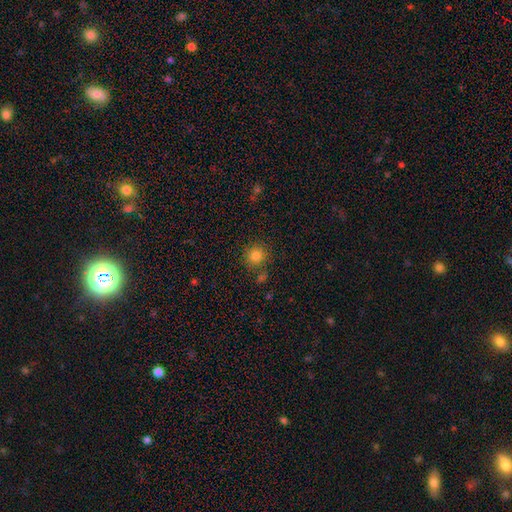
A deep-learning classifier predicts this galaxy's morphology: smooth 82%, star or artifact 12%, featured or disk 6%. Down the decision tree: how rounded — round (91%); merging — none (81%).